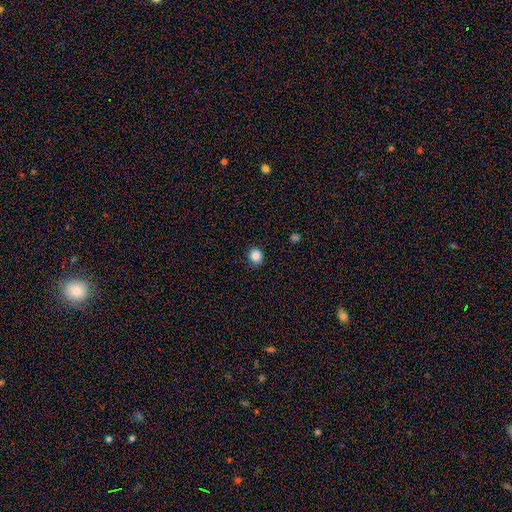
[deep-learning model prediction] This appears to be a smooth galaxy with no disk features (86%) that is round (83%). Merging: none (90%).